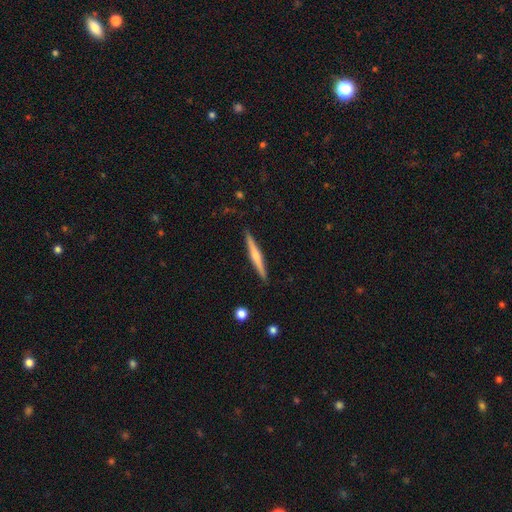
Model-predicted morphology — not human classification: Overall: featured or disk (55%; smooth 39%). Edge-on disk: yes (98%). Edge-on bulge: rounded (62%; none 25%). Merging: none (90%).